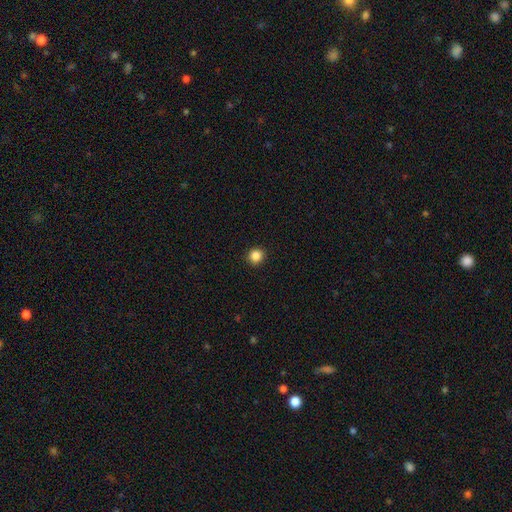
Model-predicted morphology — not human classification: Smooth or featured: smooth — 86% (star or artifact — 11%)
How rounded: round — 90% (in between — 9%)
Merging: none — 92% (minor disturbance — 5%)